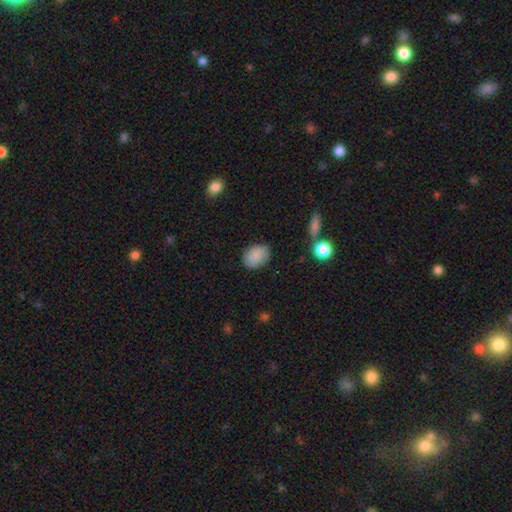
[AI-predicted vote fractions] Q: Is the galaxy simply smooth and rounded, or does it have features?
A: smooth — 87%.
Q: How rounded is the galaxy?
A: in between — 75%.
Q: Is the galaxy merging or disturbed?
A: none — 82%.